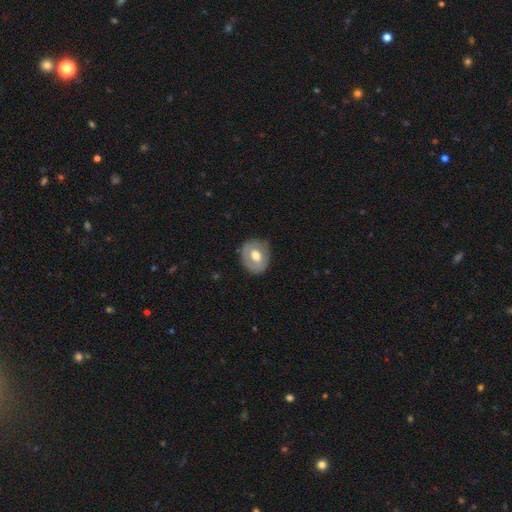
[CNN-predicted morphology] type=smooth (47%, tied with featured or disk); merging=none (79%).